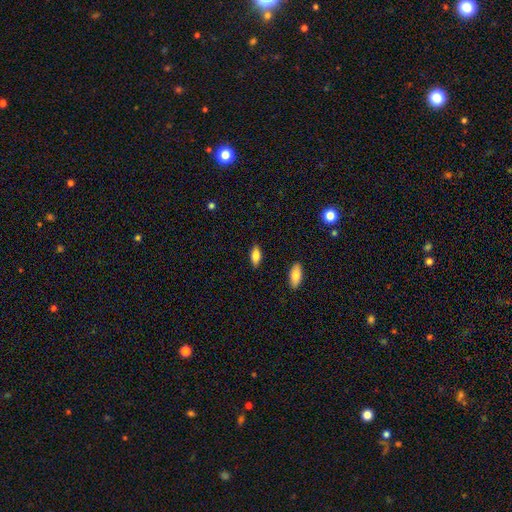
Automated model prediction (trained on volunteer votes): Smooth or featured: smooth — 79% (featured or disk — 14%)
How rounded: in between — 84% (cigar-shaped — 13%)
Merging: none — 86% (minor disturbance — 10%)